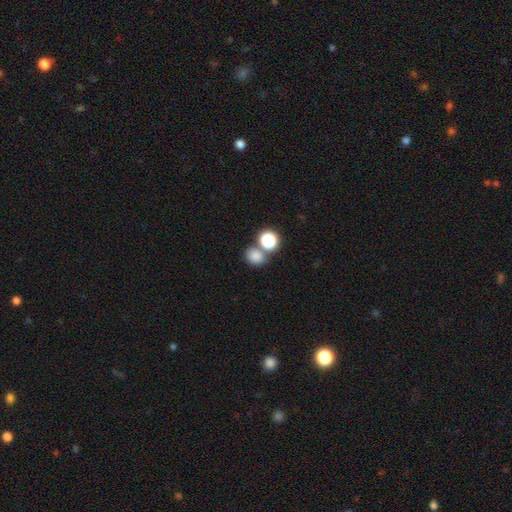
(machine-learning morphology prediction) A smooth galaxy with no disk features (79%) that is round (64%). Merging: none (58%).